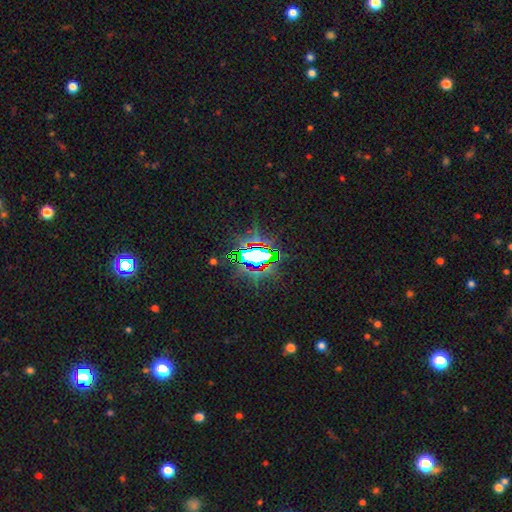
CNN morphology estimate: Smooth or featured: star or artifact — 72% (smooth — 15%)